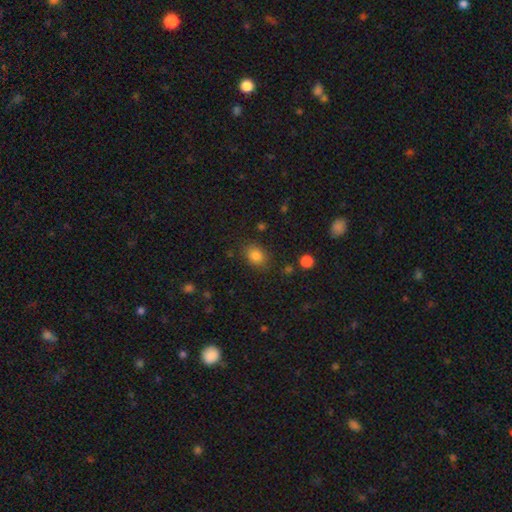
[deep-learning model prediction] This is clearly a smooth galaxy (83%). How rounded: possibly in between (55%). Merging: clearly none (81%).